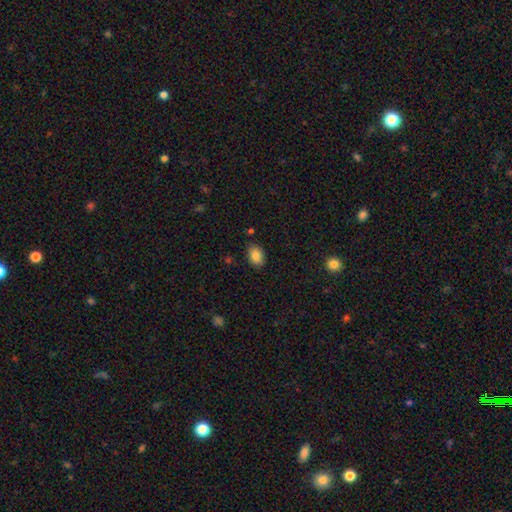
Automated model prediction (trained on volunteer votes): Smooth or featured: smooth — 84% (star or artifact — 8%)
How rounded: in between — 81% (round — 18%)
Merging: none — 85% (minor disturbance — 11%)